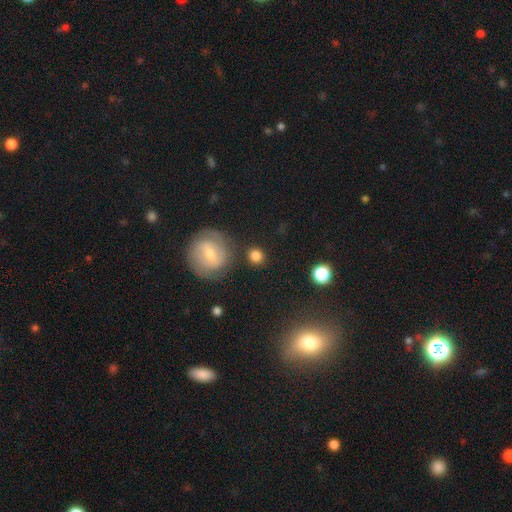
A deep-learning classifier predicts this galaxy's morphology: smooth-or-featured: smooth: 81% | featured or disk: 10% | star or artifact: 9%
  how-rounded: round: 89% | in between: 10% | cigar-shaped: 1%
  merging: none: 83% | minor disturbance: 9% | merger: 5% | major disturbance: 4%